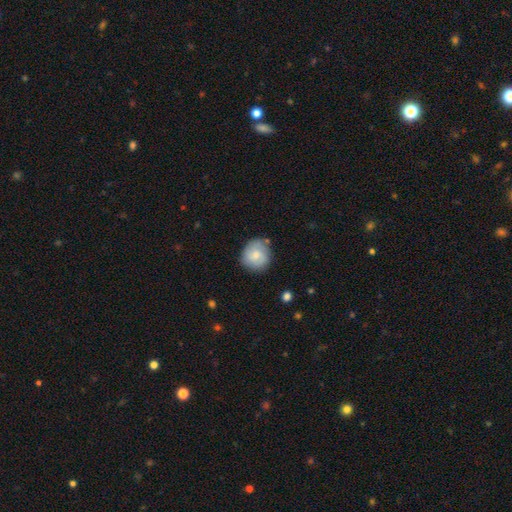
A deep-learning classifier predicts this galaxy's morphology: This appears to be a smooth galaxy with no disk features (61%) that is round (87%). Merging: none (74%).